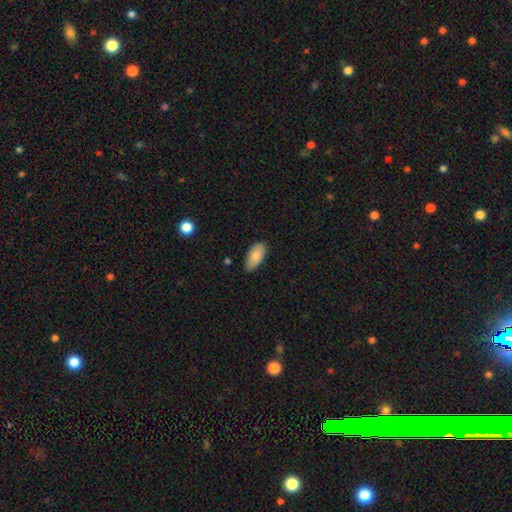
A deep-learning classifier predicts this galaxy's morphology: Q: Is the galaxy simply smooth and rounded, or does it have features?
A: smooth — 82%.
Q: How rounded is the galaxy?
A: in between — 92%.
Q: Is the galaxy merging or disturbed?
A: none — 79%.